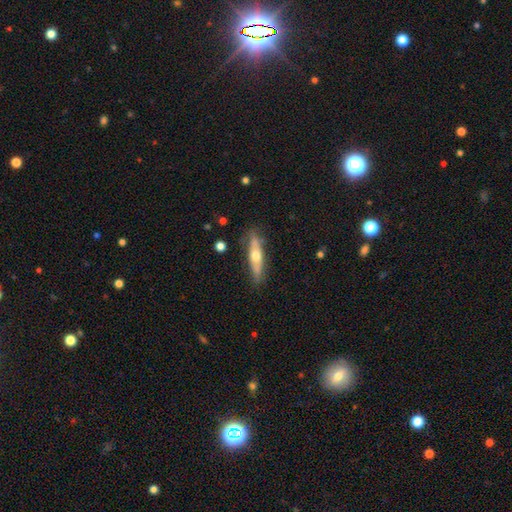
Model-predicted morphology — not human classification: Smooth or featured: featured or disk — 52% (smooth — 42%)
Edge-on disk: yes — 79% (no — 21%)
Merging: none — 79% (minor disturbance — 15%)